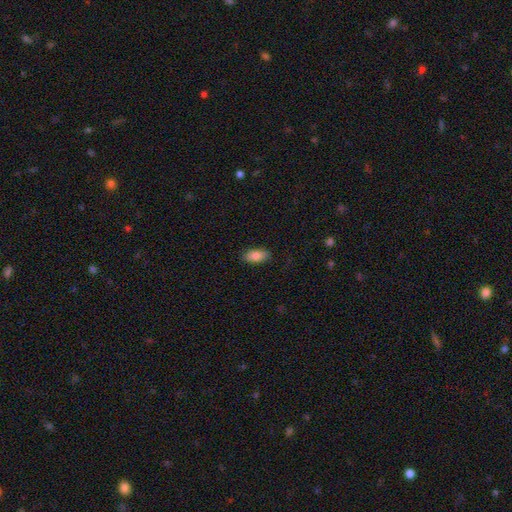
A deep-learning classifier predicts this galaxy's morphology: type=smooth (86%); roundness=in between (89%); merging=none (87%).